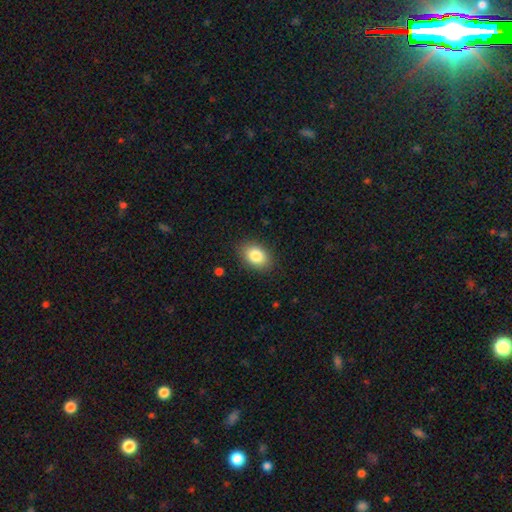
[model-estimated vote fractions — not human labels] Smooth or featured: smooth — 84% (featured or disk — 8%)
How rounded: in between — 85% (round — 14%)
Merging: none — 87% (minor disturbance — 9%)